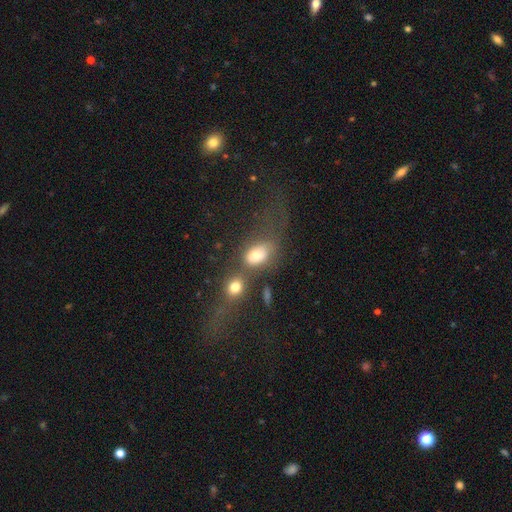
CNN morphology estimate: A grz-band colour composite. It shows a smooth galaxy with no disk features (73%) that is in between round and cigar-shaped (81%). Merging: merger (42%).